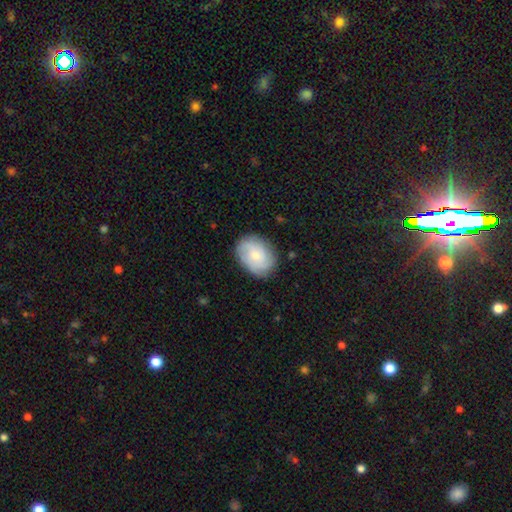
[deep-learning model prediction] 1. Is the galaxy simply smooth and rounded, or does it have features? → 56% featured or disk, 37% smooth, 7% star or artifact.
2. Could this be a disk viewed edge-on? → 97% no, 3% yes.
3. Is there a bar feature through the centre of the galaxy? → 71% no, 26% weak, 3% strong.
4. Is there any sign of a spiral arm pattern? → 89% yes, 11% no.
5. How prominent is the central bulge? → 58% small, 36% moderate, 2% none, 2% large, 1% dominant.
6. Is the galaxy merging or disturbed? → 81% none, 14% minor disturbance, 4% major disturbance, 1% merger.